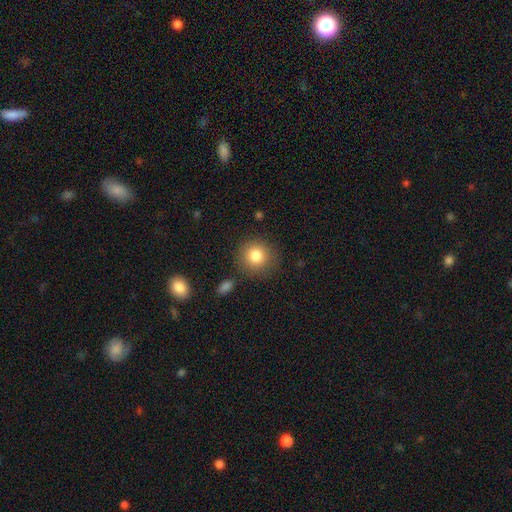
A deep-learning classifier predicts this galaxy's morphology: Smooth or featured: smooth — 84% (star or artifact — 9%)
How rounded: round — 90% (in between — 9%)
Merging: none — 84% (minor disturbance — 10%)